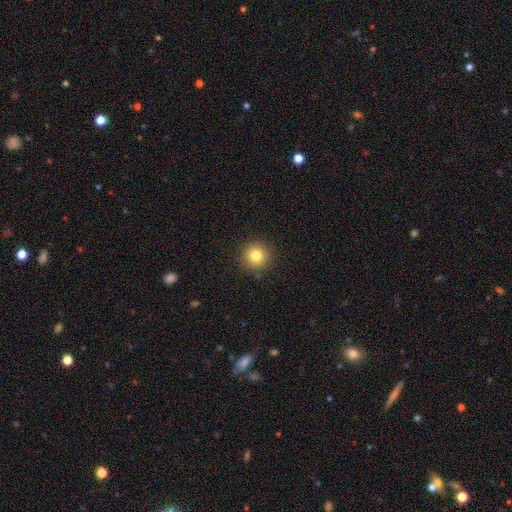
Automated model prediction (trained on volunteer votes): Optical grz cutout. It shows a smooth galaxy with no disk features (80%) that is round (95%). Merging: none (91%).